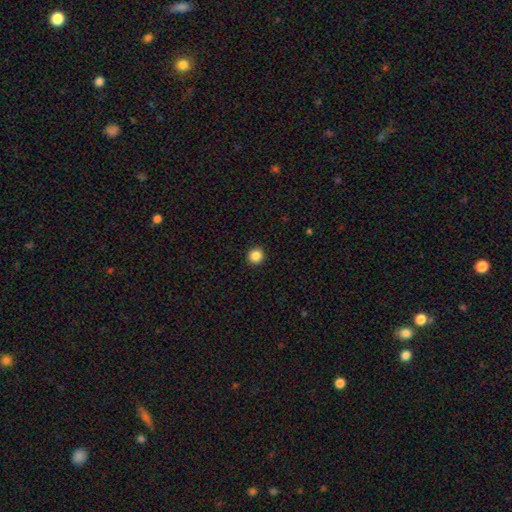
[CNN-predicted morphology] Smooth or featured? Predicted: smooth (p=0.87). How rounded? Predicted: round (p=0.94). Merging? Predicted: none (p=0.93).